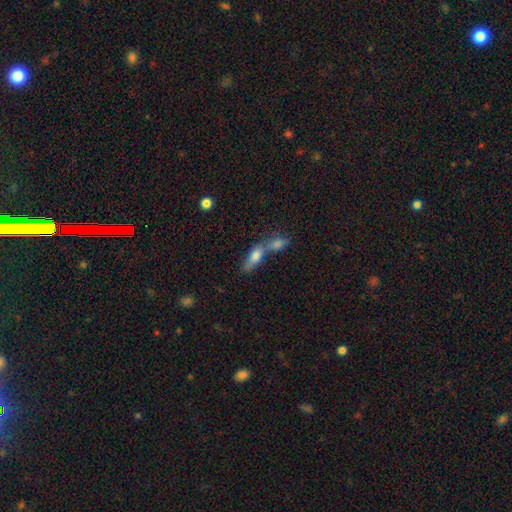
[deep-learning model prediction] Smooth or featured? Predicted: smooth (p=0.71). How rounded? Predicted: in between (p=0.65). Merging? Predicted: merger (p=0.59).